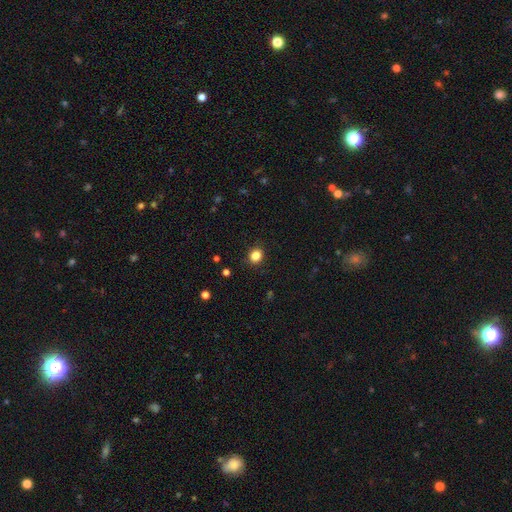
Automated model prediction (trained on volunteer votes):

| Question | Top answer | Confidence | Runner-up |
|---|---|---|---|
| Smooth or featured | smooth | 84% | star or artifact (11%) |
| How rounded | round | 74% | in between (25%) |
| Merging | none | 90% | minor disturbance (7%) |